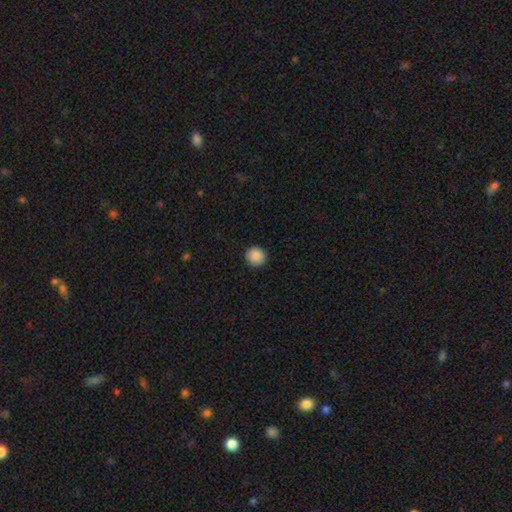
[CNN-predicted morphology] type=smooth (89%); roundness=round (94%); merging=none (92%).